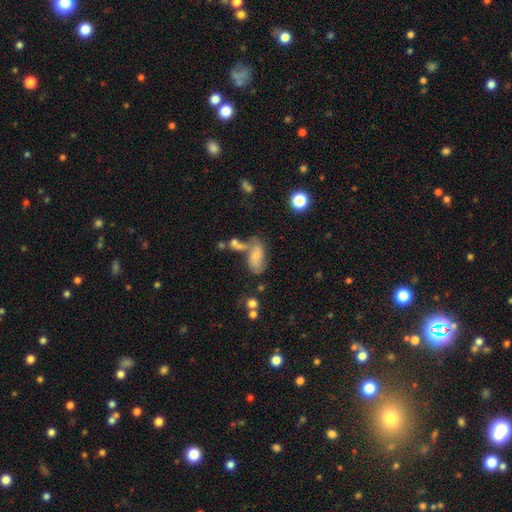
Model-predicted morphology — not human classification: Smooth or featured: smooth — 61% (featured or disk — 29%)
How rounded: in between — 89% (cigar-shaped — 6%)
Merging: none — 36% (merger — 33%)